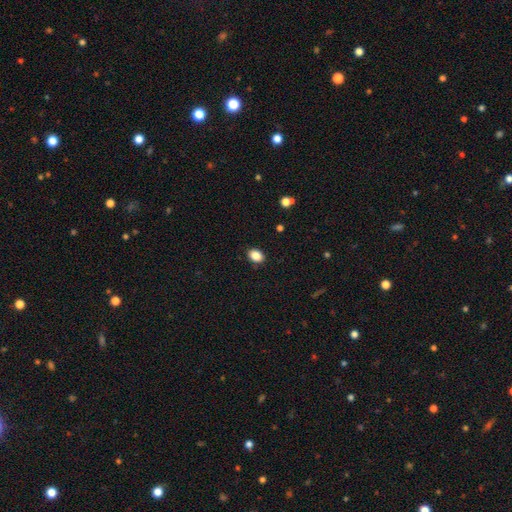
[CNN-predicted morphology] Q: Smooth or featured?
A: smooth (87%); runner-up: star or artifact (9%)
Q: How rounded?
A: in between (70%); runner-up: round (29%)
Q: Merging?
A: none (89%); runner-up: minor disturbance (8%)